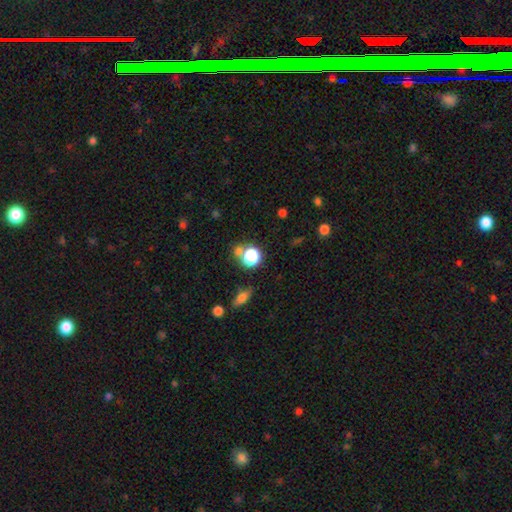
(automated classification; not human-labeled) Smooth or featured?
  - smooth: 50% *
  - star or artifact: 41%
  - featured or disk: 8%
How rounded?
  - round: 80% *
  - in between: 17%
  - cigar-shaped: 3%
Merging?
  - none: 74% *
  - merger: 12%
  - minor disturbance: 9%
  - major disturbance: 4%